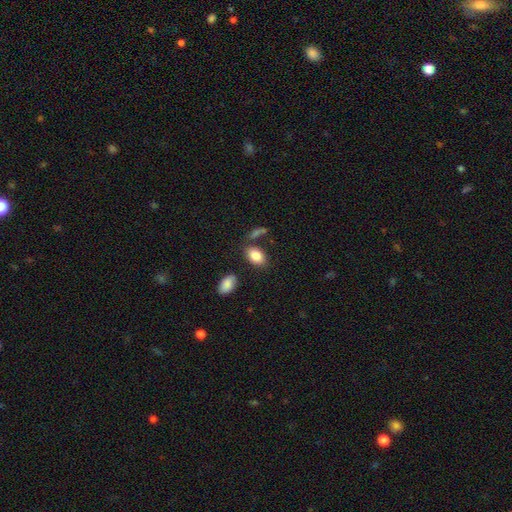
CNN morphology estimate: Q: Smooth or featured?
A: smooth (85%); runner-up: star or artifact (8%)
Q: How rounded?
A: in between (89%); runner-up: round (10%)
Q: Merging?
A: none (74%); runner-up: minor disturbance (14%)